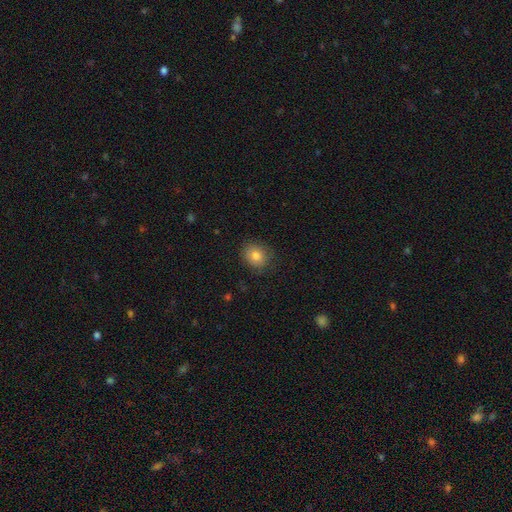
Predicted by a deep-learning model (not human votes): Smooth or featured?
  - smooth: 82% *
  - star or artifact: 10%
  - featured or disk: 8%
How rounded?
  - round: 65% *
  - in between: 34%
  - cigar-shaped: 1%
Merging?
  - none: 82% *
  - minor disturbance: 14%
  - major disturbance: 4%
  - merger: 1%